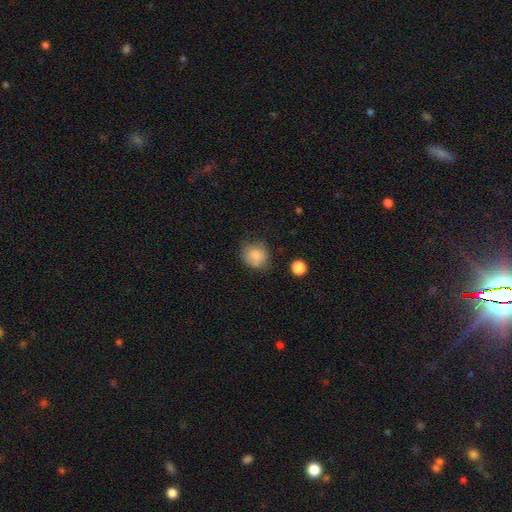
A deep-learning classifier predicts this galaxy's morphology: A smooth galaxy with no disk features (81%) that is round (79%).

Vote fractions:
- Smooth or featured? smooth: 81% / star or artifact: 9% / featured or disk: 9%
- How rounded? round: 79% / in between: 20% / cigar-shaped: 1%
- Merging? none: 64% / minor disturbance: 23% / major disturbance: 6% / merger: 6%